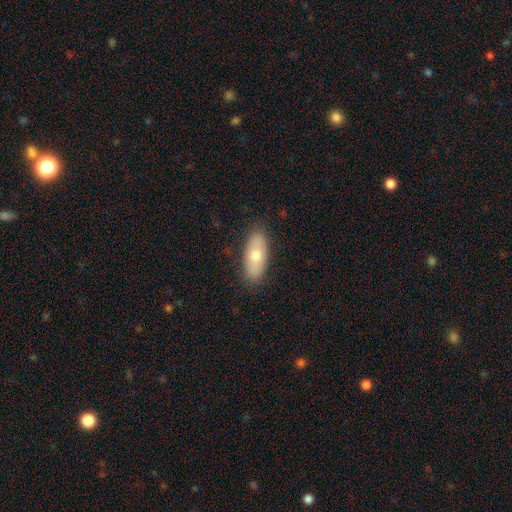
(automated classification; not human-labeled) This is likely a smooth galaxy (68%). How rounded: clearly in between (83%). Merging: clearly none (85%).